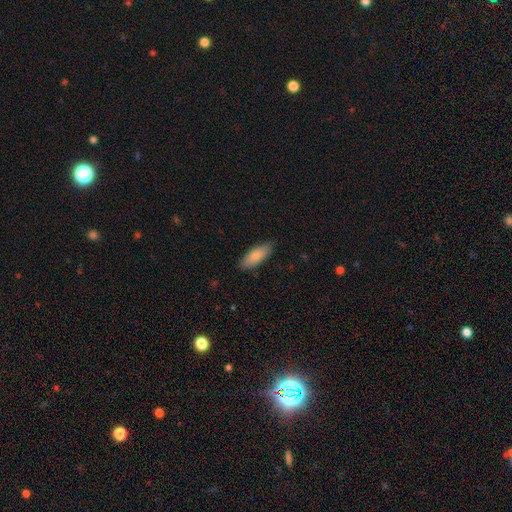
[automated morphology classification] Smooth or featured? smooth (83%)
How rounded? in between (77%)
Merging? none (83%)